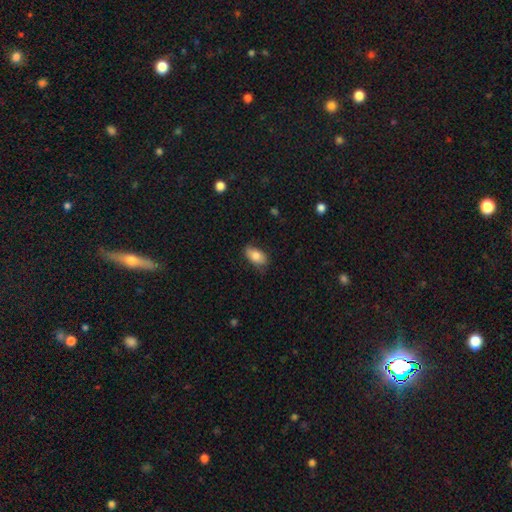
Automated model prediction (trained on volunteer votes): smooth 81%, featured or disk 12%, star or artifact 7%. Down the decision tree: how rounded — in between (92%); merging — none (75%).